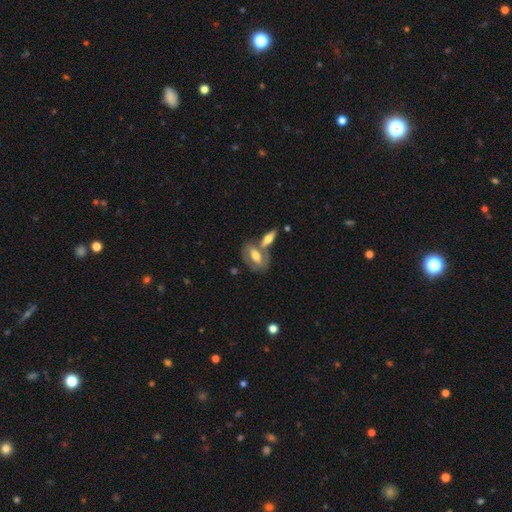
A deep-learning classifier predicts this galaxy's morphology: A featured or disk galaxy (57%).

Vote fractions:
- Smooth or featured? featured or disk: 57% / smooth: 37% / star or artifact: 6%
- Edge-on disk? no: 78% / yes: 22%
- Merging? none: 46% / merger: 36% / minor disturbance: 13% / major disturbance: 5%